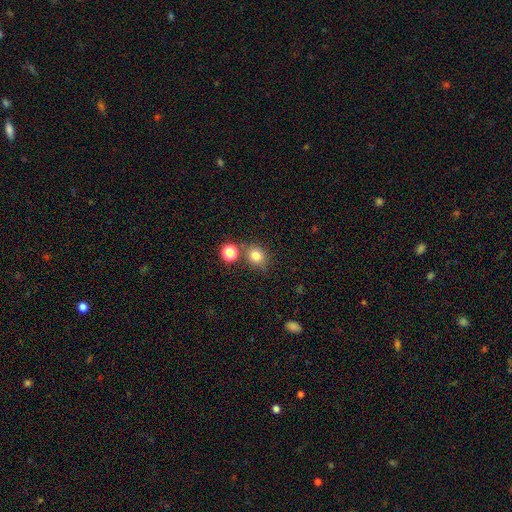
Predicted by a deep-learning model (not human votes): Smooth or featured?
  - smooth: 79% *
  - star or artifact: 13%
  - featured or disk: 7%
How rounded?
  - round: 71% *
  - in between: 28%
  - cigar-shaped: 1%
Merging?
  - none: 69% *
  - minor disturbance: 14%
  - merger: 13%
  - major disturbance: 4%